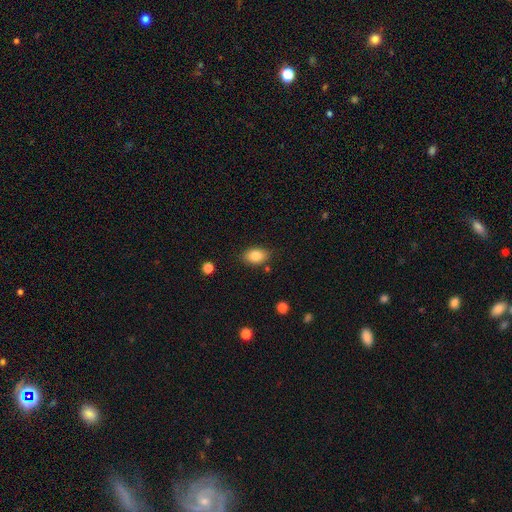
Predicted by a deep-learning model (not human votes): A smooth galaxy with no disk features (84%) that is in between round and cigar-shaped (84%). Merging: none (82%).